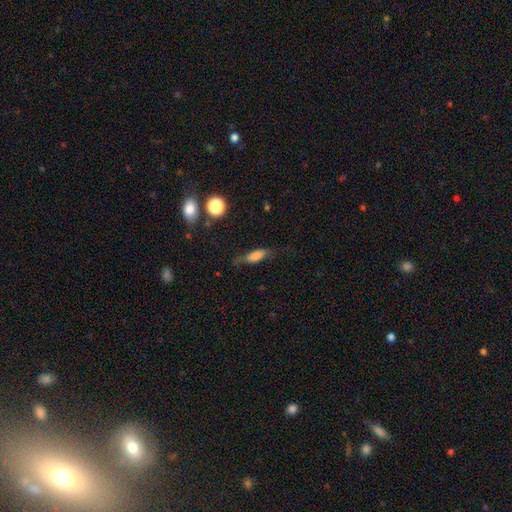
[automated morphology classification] Overall: smooth (67%). How rounded: in between (59%; cigar-shaped 37%). Merging: none (61%; minor disturbance 26%).